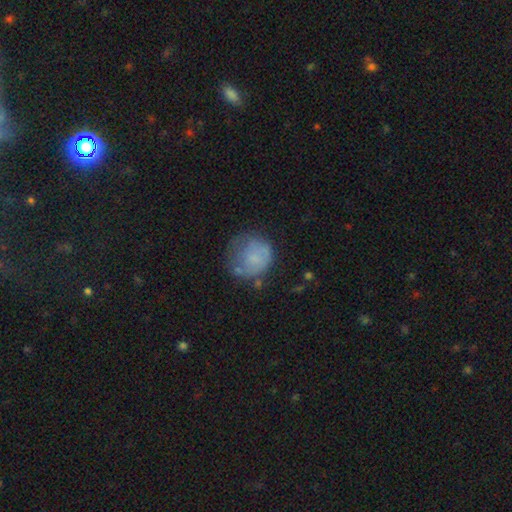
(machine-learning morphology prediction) Smooth or featured: smooth — 64% (featured or disk — 27%)
How rounded: round — 83% (in between — 16%)
Merging: none — 46% (minor disturbance — 29%)